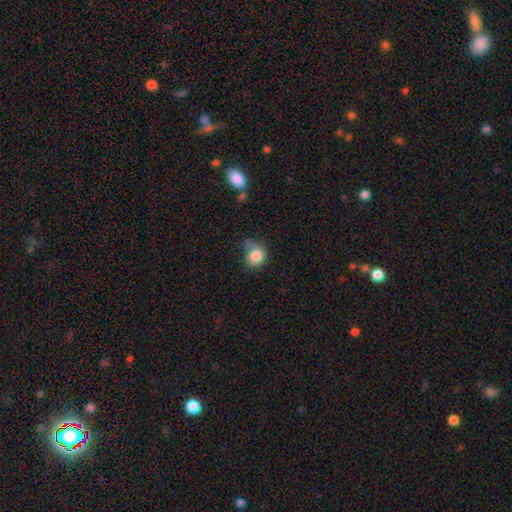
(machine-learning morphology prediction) A smooth galaxy with no disk features (83%) that is round (73%). Merging: none (45%).